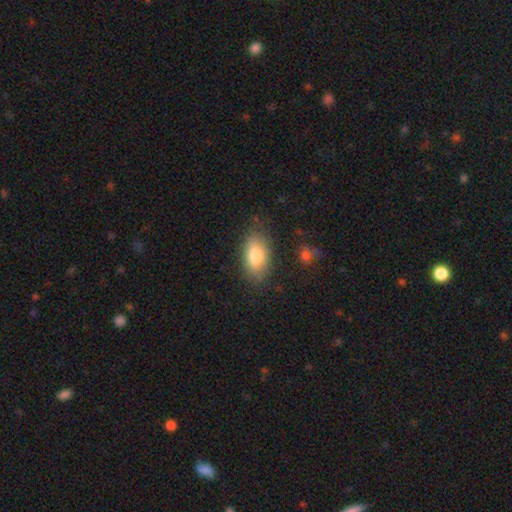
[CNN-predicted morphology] Smooth or featured?
  - smooth: 79% *
  - featured or disk: 14%
  - star or artifact: 7%
How rounded?
  - in between: 90% *
  - cigar-shaped: 5%
  - round: 5%
Merging?
  - none: 79% *
  - minor disturbance: 15%
  - major disturbance: 4%
  - merger: 2%